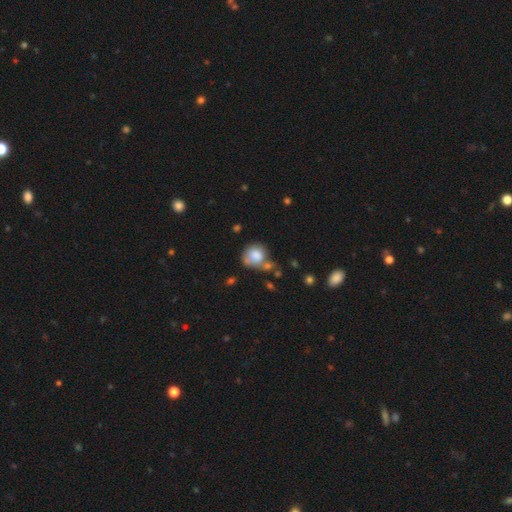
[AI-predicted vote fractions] A smooth galaxy with no disk features (78%) that is round (73%).

Vote fractions:
- Smooth or featured? smooth: 78% / featured or disk: 14% / star or artifact: 9%
- How rounded? round: 73% / in between: 26% / cigar-shaped: 1%
- Merging? none: 40% / minor disturbance: 24% / merger: 23% / major disturbance: 13%